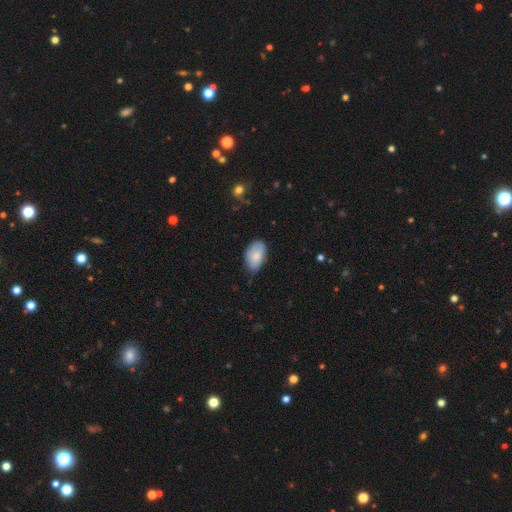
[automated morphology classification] Smooth or featured? smooth (79%)
How rounded? in between (93%)
Merging? none (59%)